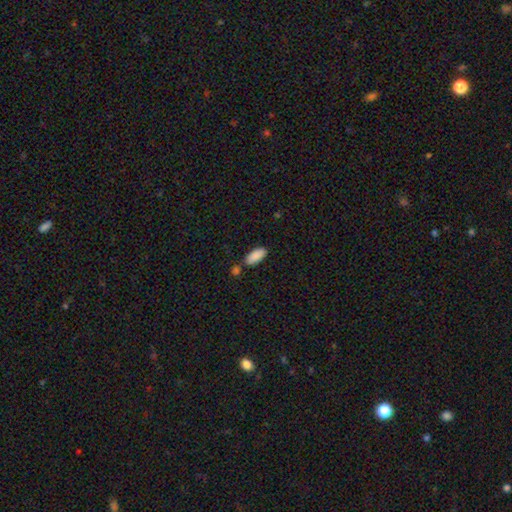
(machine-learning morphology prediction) A smooth galaxy with no disk features (89%) that is in between round and cigar-shaped (84%). Merging: none (74%).